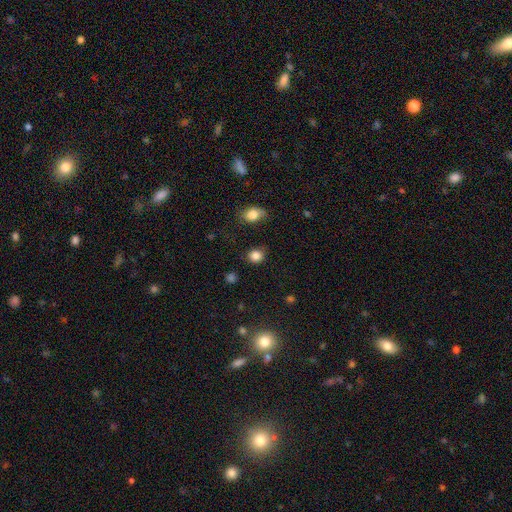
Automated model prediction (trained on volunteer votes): Smooth or featured?
  - smooth: 84% *
  - star or artifact: 11%
  - featured or disk: 4%
How rounded?
  - round: 69% *
  - in between: 30%
  - cigar-shaped: 1%
Merging?
  - none: 80% *
  - minor disturbance: 14%
  - major disturbance: 4%
  - merger: 2%